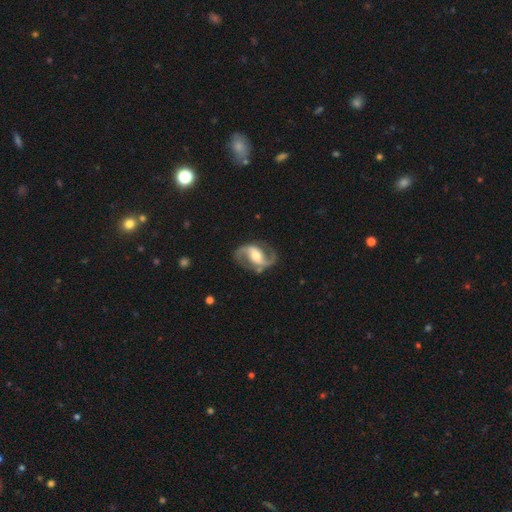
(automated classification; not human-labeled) featured or disk 91%, smooth 5%, star or artifact 4%. Down the decision tree: edge-on disk — no (98%); bar — weak (40%); spiral arms — yes (97%); spiral arm count — 2 (94%); spiral winding — medium (47%); bulge size — moderate (61%); merging — none (80%).